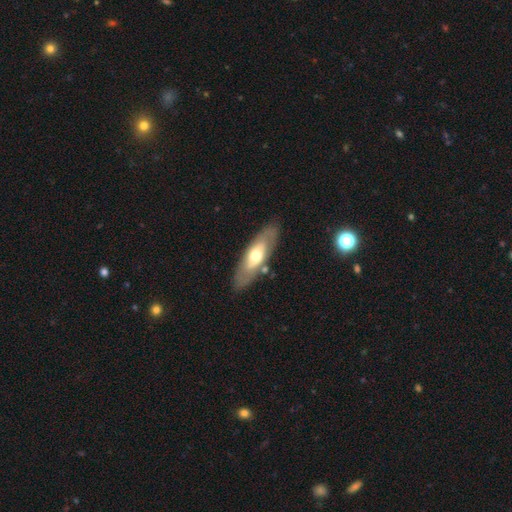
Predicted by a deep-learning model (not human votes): smooth_or_featured: featured or disk (p=0.48) [alt: smooth p=0.46]
merging: none (p=0.80) [alt: minor disturbance p=0.12]